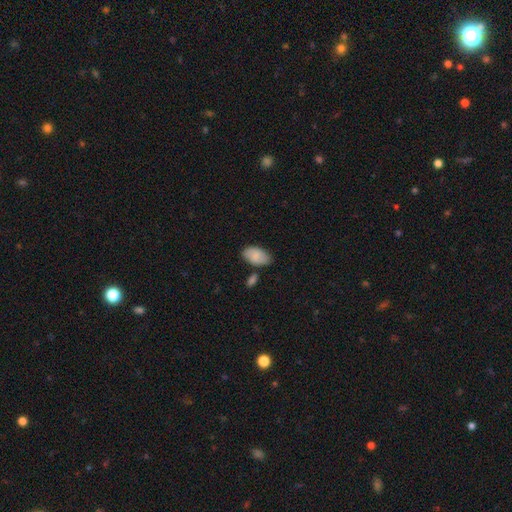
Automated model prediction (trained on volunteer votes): Smooth or featured: smooth — 80% (featured or disk — 13%)
How rounded: in between — 94% (round — 4%)
Merging: none — 69% (minor disturbance — 19%)